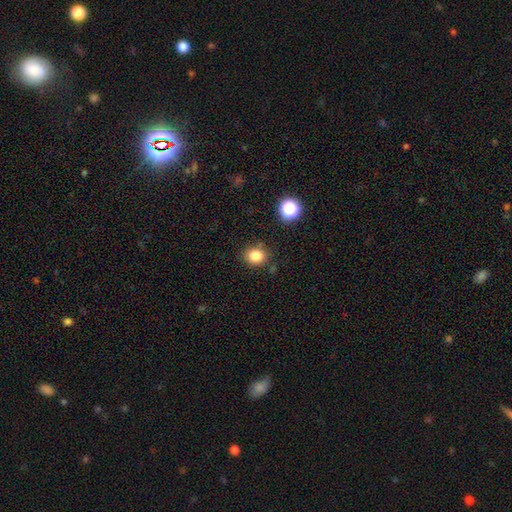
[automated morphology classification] Smooth or featured? smooth (82%)
How rounded? round (71%)
Merging? none (82%)